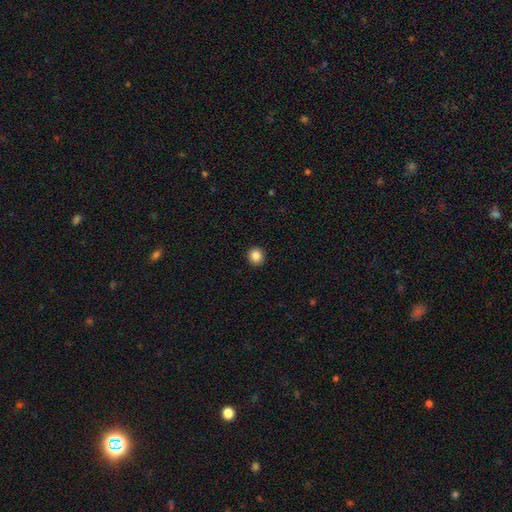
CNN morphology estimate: Overall: smooth (86%). How rounded: round (92%). Merging: none (93%).